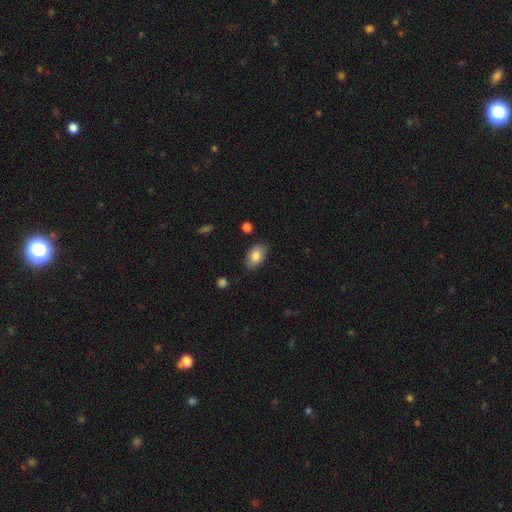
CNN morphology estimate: Smooth or featured? Predicted: smooth (p=0.84). How rounded? Predicted: in between (p=0.93). Merging? Predicted: none (p=0.85).